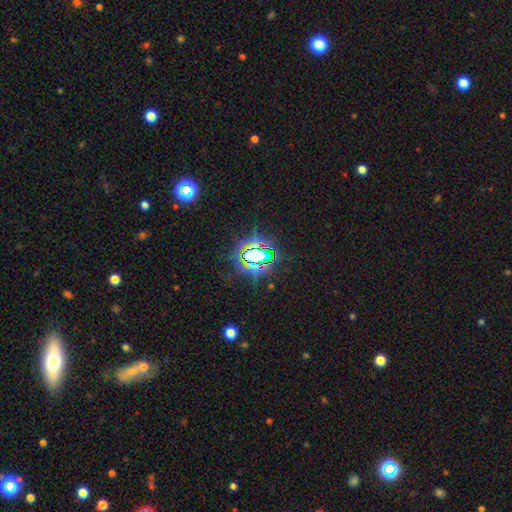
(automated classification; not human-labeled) Q: Smooth or featured?
A: star or artifact (75%); runner-up: smooth (14%)